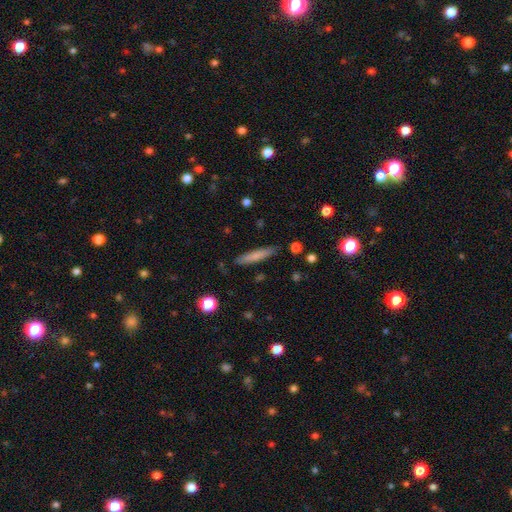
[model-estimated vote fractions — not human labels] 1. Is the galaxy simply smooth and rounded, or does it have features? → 73% smooth, 21% featured or disk, 7% star or artifact.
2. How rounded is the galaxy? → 92% cigar-shaped, 7% in between, 1% round.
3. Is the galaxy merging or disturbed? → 87% none, 9% minor disturbance, 2% merger, 2% major disturbance.